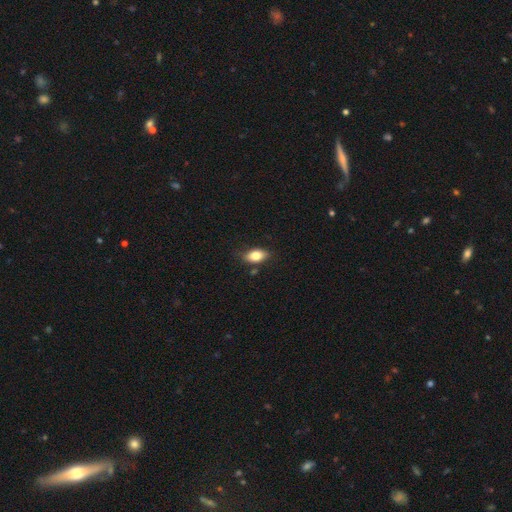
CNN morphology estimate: The model was most divided on "merging": none: 77%, minor disturbance: 17%, major disturbance: 3%, merger: 3%. More confident: how rounded — in between (87%); smooth or featured — smooth (81%).